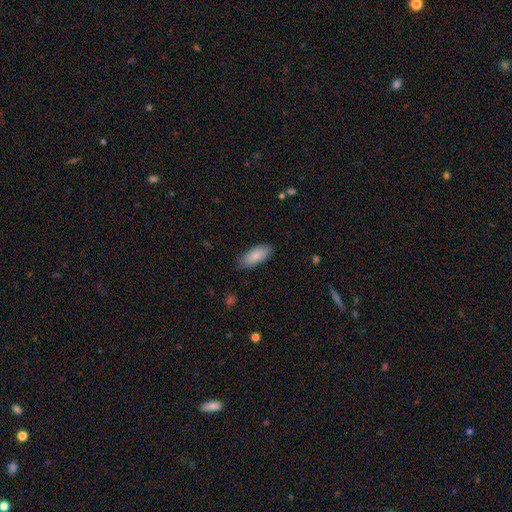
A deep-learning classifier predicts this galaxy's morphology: This is clearly a smooth galaxy (86%). How rounded: clearly in between (84%). Merging: clearly none (83%).